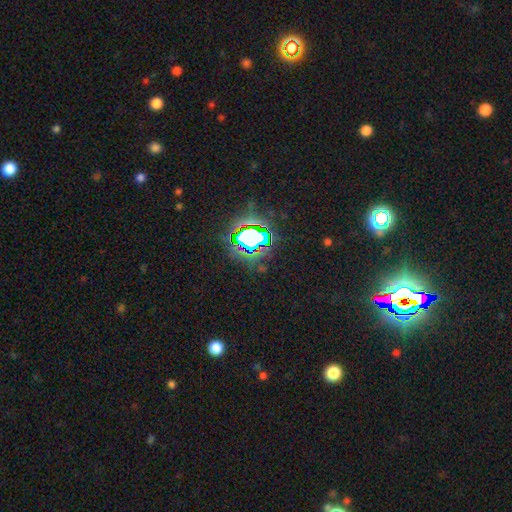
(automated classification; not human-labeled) Smooth or featured? Predicted: star or artifact (p=0.83).